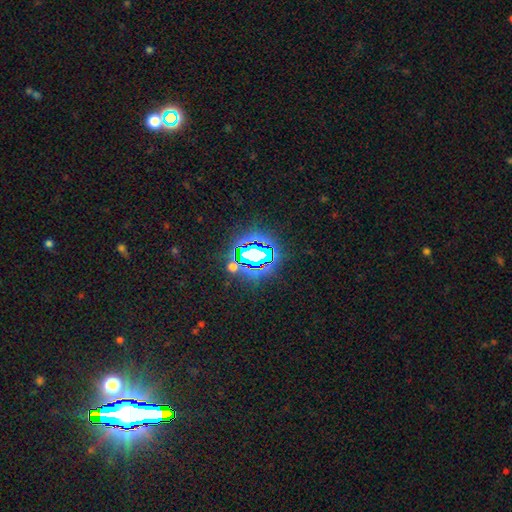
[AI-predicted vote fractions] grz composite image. It shows a star or artifact, not a galaxy (81%).